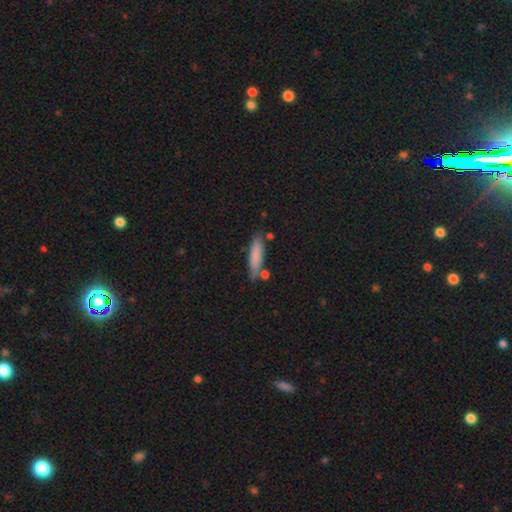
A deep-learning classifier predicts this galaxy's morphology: Q: Smooth or featured?
A: smooth (80%); runner-up: featured or disk (14%)
Q: How rounded?
A: cigar-shaped (76%); runner-up: in between (22%)
Q: Merging?
A: none (73%); runner-up: minor disturbance (15%)